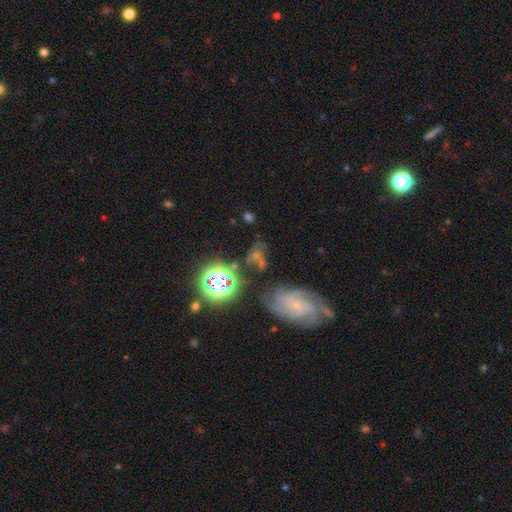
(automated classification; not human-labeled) This appears to be a featured or disk galaxy (40%). Merging: none (60%).